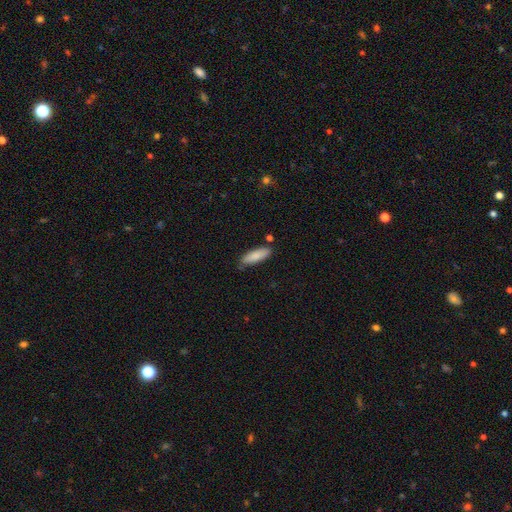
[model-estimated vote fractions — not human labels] Q: Smooth or featured?
A: smooth (85%); runner-up: featured or disk (9%)
Q: How rounded?
A: in between (51%); runner-up: cigar-shaped (48%)
Q: Merging?
A: none (78%); runner-up: minor disturbance (15%)